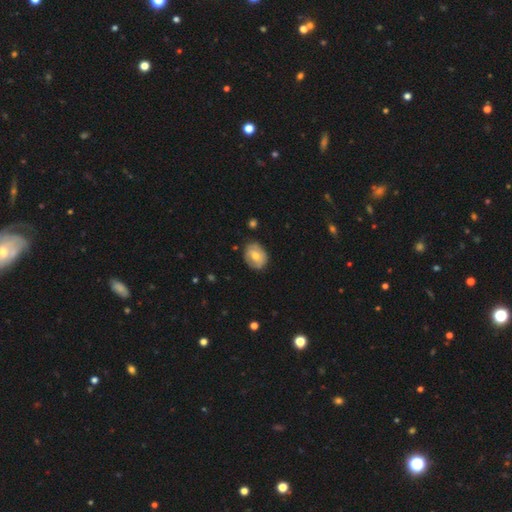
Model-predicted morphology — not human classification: A smooth galaxy with no disk features (59%) that is in between round and cigar-shaped (53%).

Vote fractions:
- Smooth or featured? smooth: 59% / featured or disk: 33% / star or artifact: 7%
- How rounded? in between: 53% / round: 45% / cigar-shaped: 1%
- Merging? none: 77% / minor disturbance: 18% / major disturbance: 4% / merger: 2%